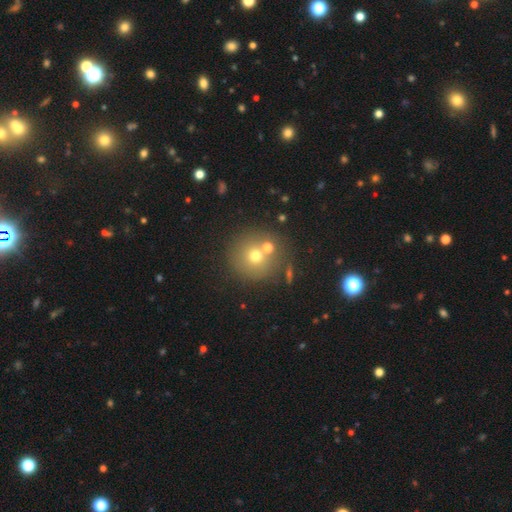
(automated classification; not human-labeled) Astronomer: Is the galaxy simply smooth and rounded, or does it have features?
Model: smooth — 66%.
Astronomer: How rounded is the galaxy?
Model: round — 92%.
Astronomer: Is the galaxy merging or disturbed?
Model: none — 67%.